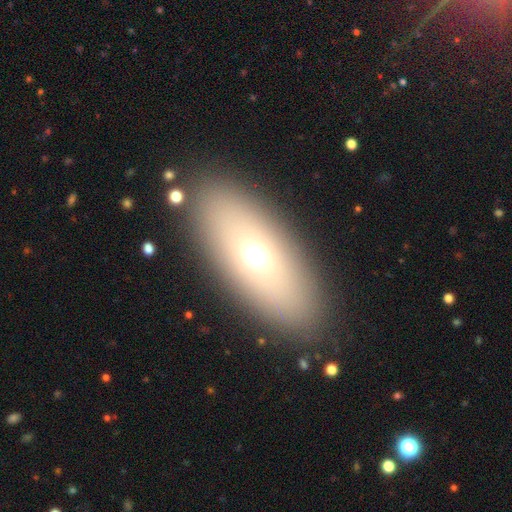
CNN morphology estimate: Smooth or featured?
  - smooth: 61% *
  - featured or disk: 26%
  - star or artifact: 13%
How rounded?
  - in between: 77% *
  - cigar-shaped: 15%
  - round: 8%
Merging?
  - none: 87% *
  - minor disturbance: 7%
  - major disturbance: 4%
  - merger: 2%